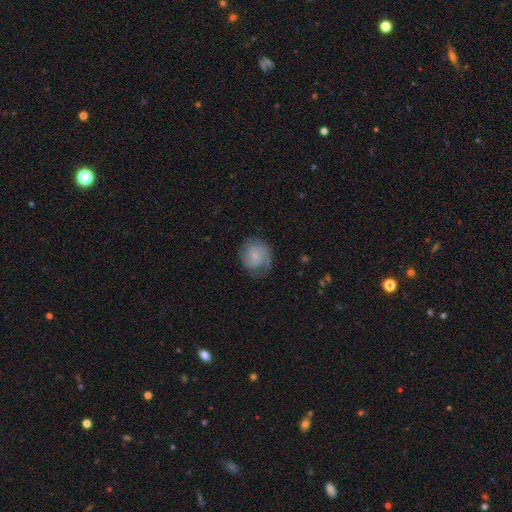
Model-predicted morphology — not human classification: The model was most divided on "smooth or featured" (2-way tie): featured or disk: 46%, smooth: 46%, star or artifact: 8%. More confident: merging — none (59%).